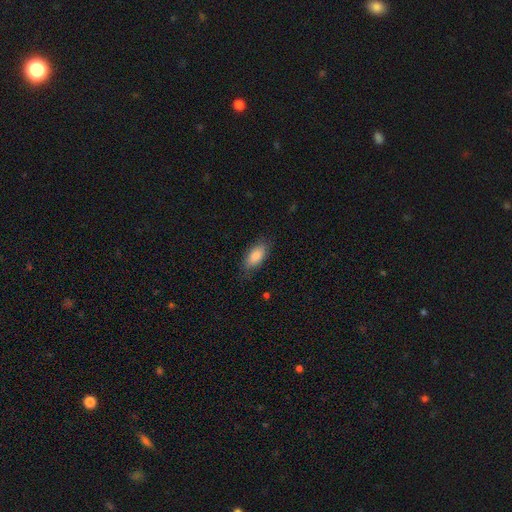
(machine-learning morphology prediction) Q: Smooth or featured?
A: smooth (84%); runner-up: featured or disk (9%)
Q: How rounded?
A: in between (89%); runner-up: cigar-shaped (9%)
Q: Merging?
A: none (80%); runner-up: minor disturbance (16%)